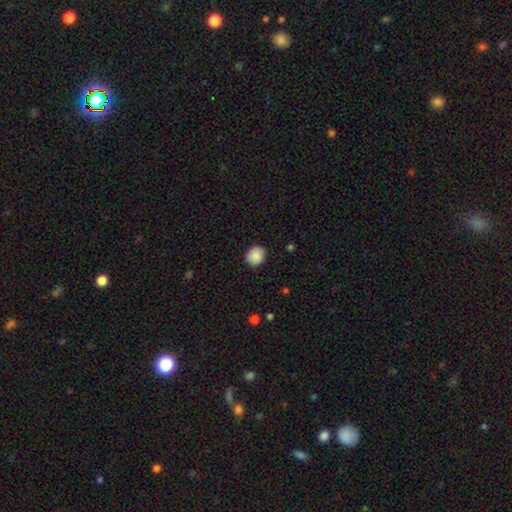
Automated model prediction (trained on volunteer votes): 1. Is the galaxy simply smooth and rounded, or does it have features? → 88% smooth, 8% star or artifact, 4% featured or disk.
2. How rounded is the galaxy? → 78% round, 21% in between, 1% cigar-shaped.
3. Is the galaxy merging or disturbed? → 88% none, 9% minor disturbance, 2% major disturbance, 1% merger.